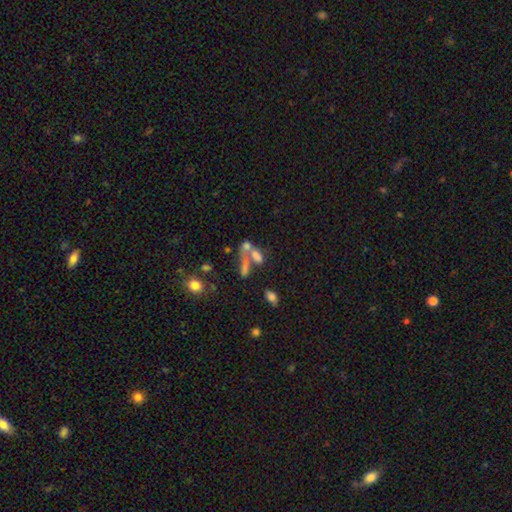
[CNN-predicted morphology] smooth_or_featured: smooth (p=0.59) [alt: featured or disk p=0.24]
how_rounded: in between (p=0.69) [alt: cigar-shaped p=0.18]
merging: merger (p=0.53) [alt: none p=0.27]